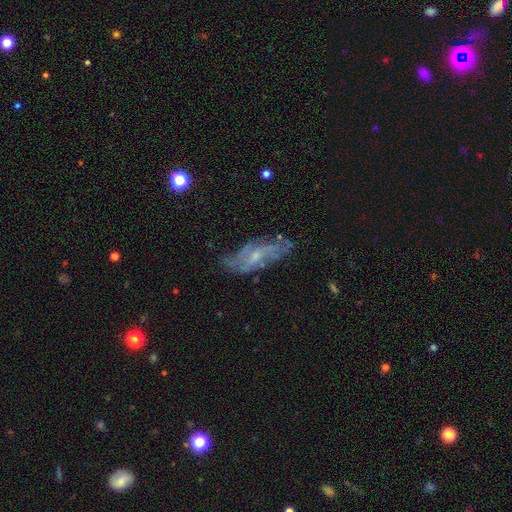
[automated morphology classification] This is likely a featured or disk galaxy (72%). It is clearly not viewed edge-on (86%). Bar: possibly no (49%). Spiral arm pattern: clearly yes (81%). Spiral arm count: marginally can't tell (40%). Spiral winding: marginally medium (41%). Central bulge: possibly small (58%). Merging: likely none (64%).